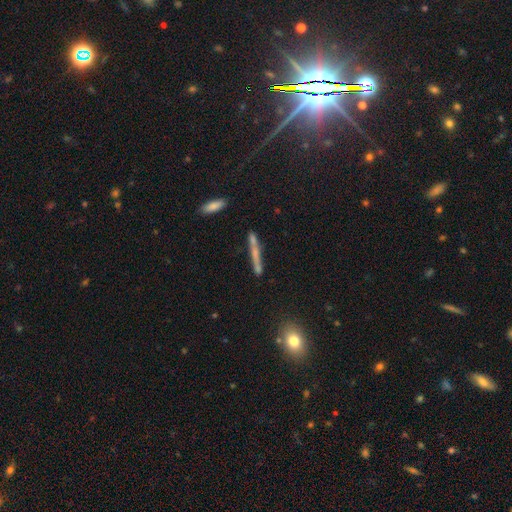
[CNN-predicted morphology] This appears to be a featured or disk galaxy (46%). Merging: none (70%).